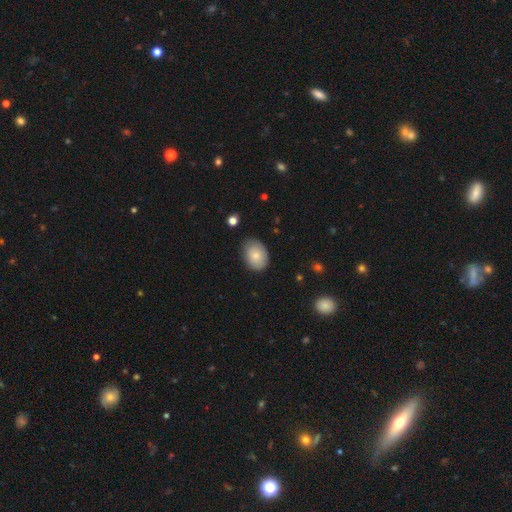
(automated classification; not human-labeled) A smooth galaxy with no disk features (82%) that is in between round and cigar-shaped (74%).

Vote fractions:
- Smooth or featured? smooth: 82% / featured or disk: 11% / star or artifact: 7%
- How rounded? in between: 74% / round: 25% / cigar-shaped: 1%
- Merging? none: 75% / minor disturbance: 20% / major disturbance: 4% / merger: 1%